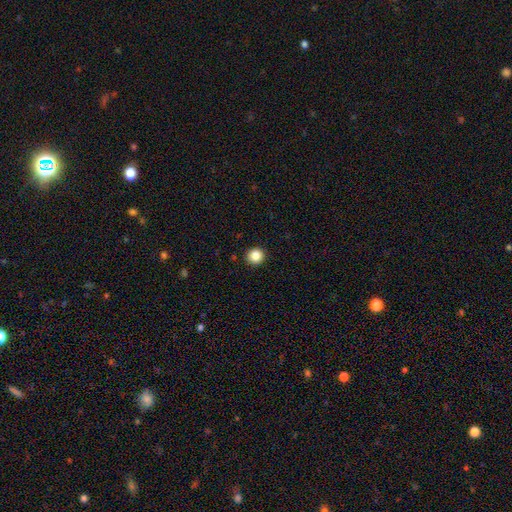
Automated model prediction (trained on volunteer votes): smooth 86%, star or artifact 10%, featured or disk 3%. Down the decision tree: how rounded — round (93%); merging — none (92%).